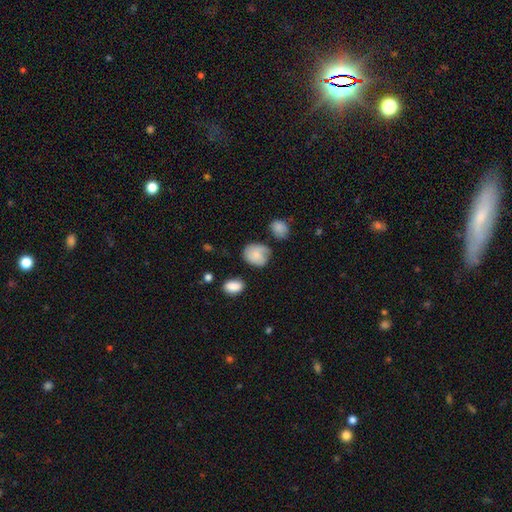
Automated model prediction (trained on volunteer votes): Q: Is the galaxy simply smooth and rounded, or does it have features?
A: smooth — 72%.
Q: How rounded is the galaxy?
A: round — 54%.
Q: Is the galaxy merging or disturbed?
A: none — 50%.